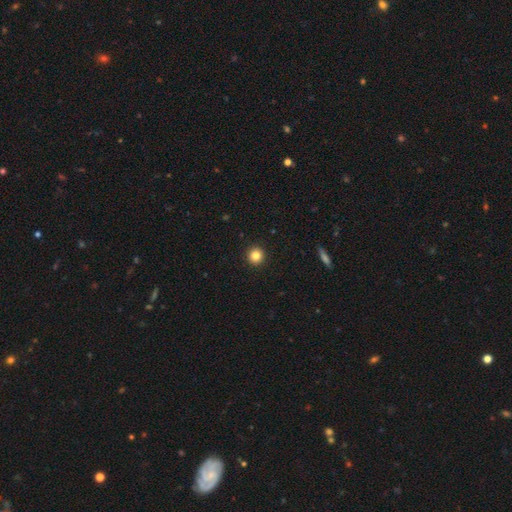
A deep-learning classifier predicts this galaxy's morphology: This appears to be a smooth galaxy with no disk features (83%) that is round (95%). Merging: none (94%).